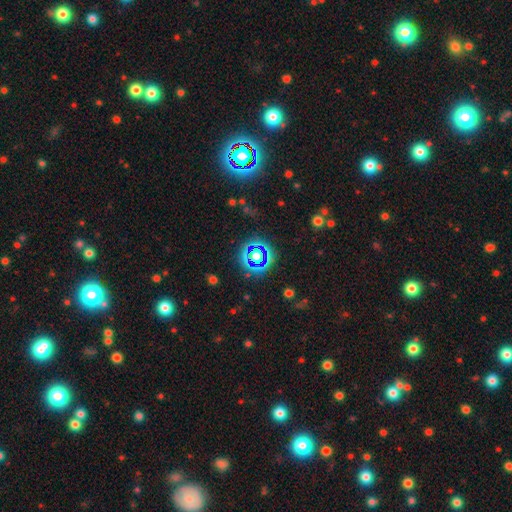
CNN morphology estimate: smooth-or-featured: star or artifact: 62% | smooth: 26% | featured or disk: 12%